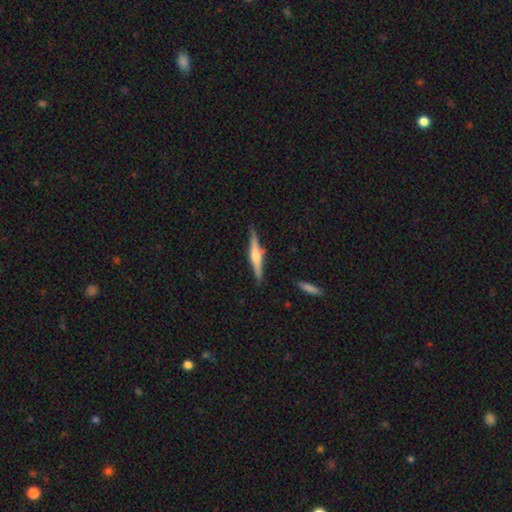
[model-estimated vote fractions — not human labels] Smooth or featured: featured or disk — 69% (smooth — 25%)
Edge-on disk: yes — 98% (no — 2%)
Edge-on bulge: rounded — 80% (boxy — 13%)
Merging: none — 87% (minor disturbance — 9%)